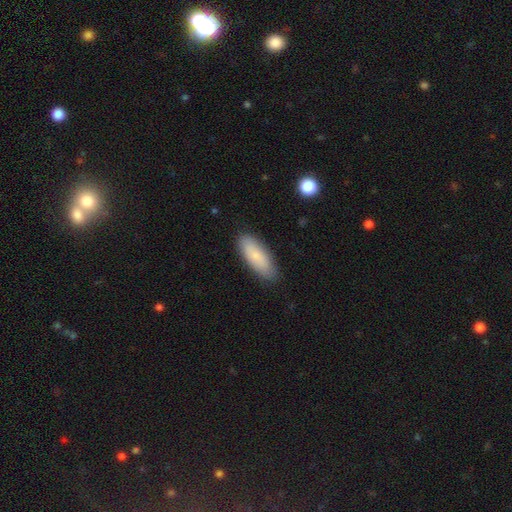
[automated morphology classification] Smooth or featured: smooth — 78% (featured or disk — 16%)
How rounded: in between — 72% (cigar-shaped — 26%)
Merging: none — 85% (minor disturbance — 12%)